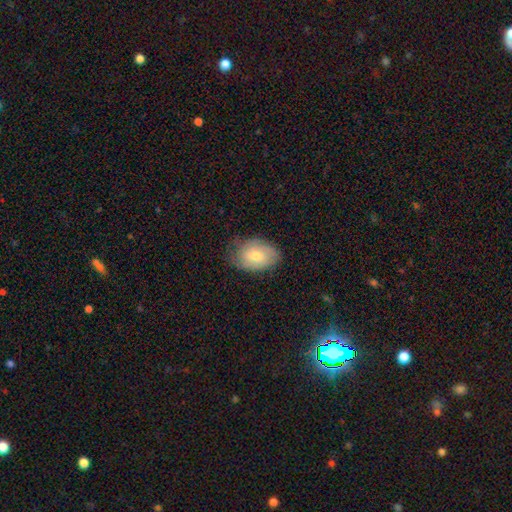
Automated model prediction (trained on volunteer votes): A smooth galaxy with no disk features (57%) that is in between round and cigar-shaped (80%). Merging: none (70%).